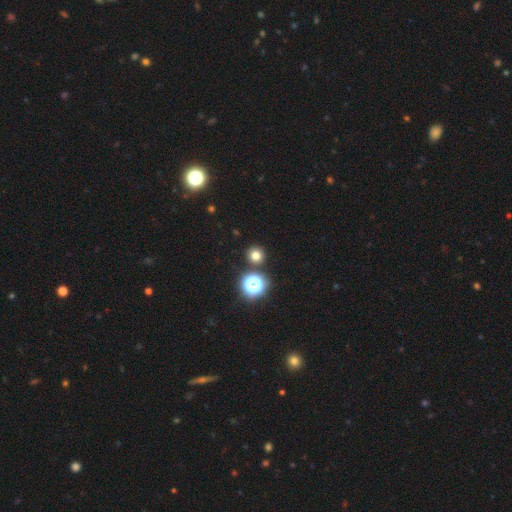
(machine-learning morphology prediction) This is likely a smooth galaxy (74%). How rounded: clearly round (94%). Merging: clearly none (87%).